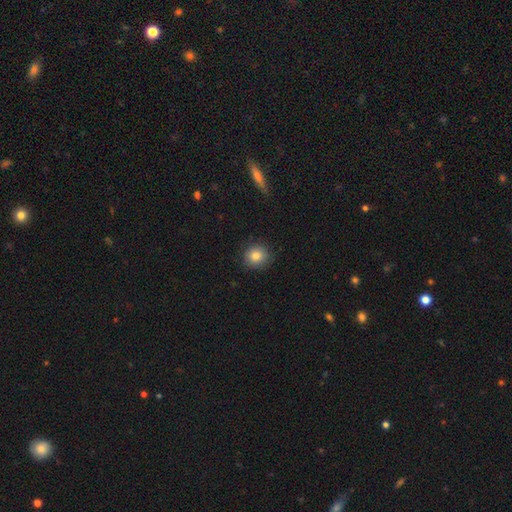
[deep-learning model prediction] The model was most divided on "smooth or featured": smooth: 83%, star or artifact: 10%, featured or disk: 7%. More confident: how rounded — round (88%); merging — none (87%).